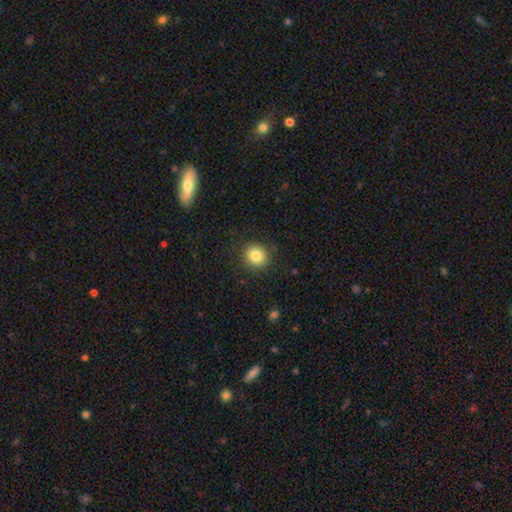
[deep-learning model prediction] A smooth galaxy with no disk features (83%) that is round (86%).

Vote fractions:
- Smooth or featured? smooth: 83% / star or artifact: 10% / featured or disk: 7%
- How rounded? round: 86% / in between: 13% / cigar-shaped: 1%
- Merging? none: 88% / minor disturbance: 8% / major disturbance: 3% / merger: 1%